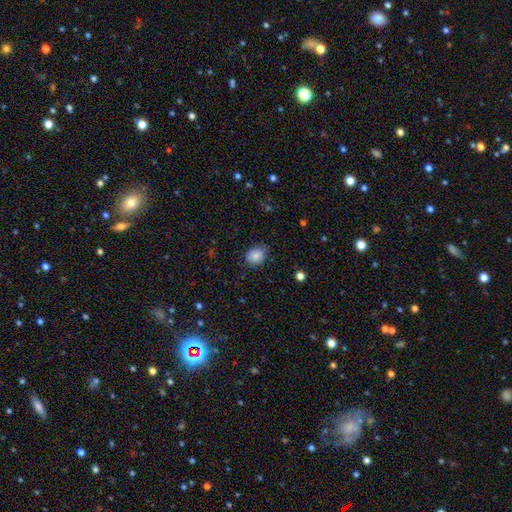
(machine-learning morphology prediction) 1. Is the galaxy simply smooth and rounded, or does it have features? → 86% smooth, 9% star or artifact, 6% featured or disk.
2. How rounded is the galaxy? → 57% in between, 42% round, 1% cigar-shaped.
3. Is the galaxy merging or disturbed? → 75% none, 20% minor disturbance, 4% major disturbance, 1% merger.